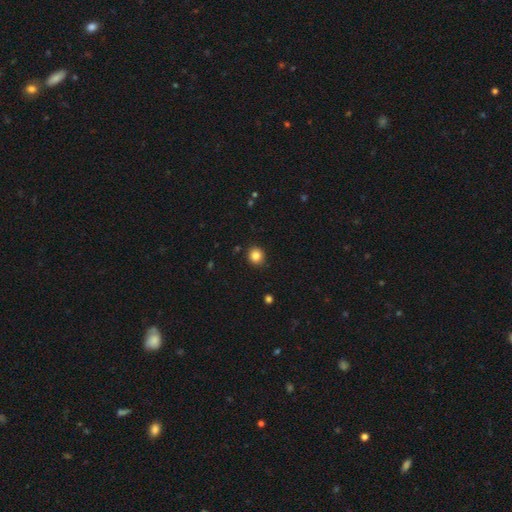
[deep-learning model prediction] This appears to be a smooth galaxy with no disk features (85%) that is round (88%). Merging: none (91%).